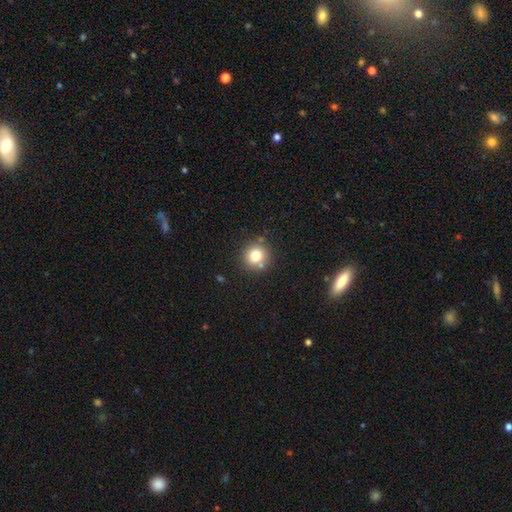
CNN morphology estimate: smooth-or-featured: smooth: 78% | star or artifact: 12% | featured or disk: 10%
  how-rounded: round: 90% | in between: 9% | cigar-shaped: 1%
  merging: none: 79% | minor disturbance: 10% | merger: 8% | major disturbance: 3%